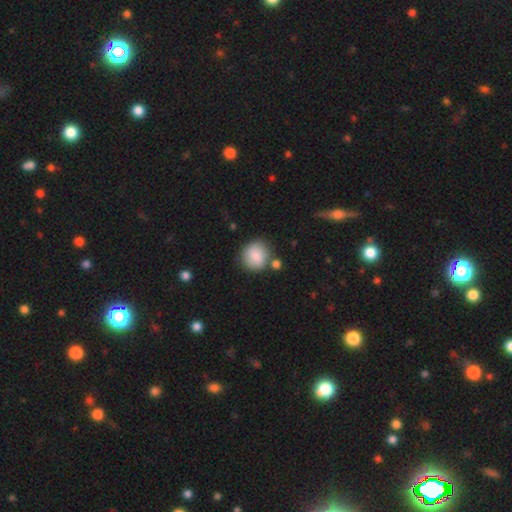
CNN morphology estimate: A smooth galaxy with no disk features (82%) that is round (84%). Merging: none (72%).